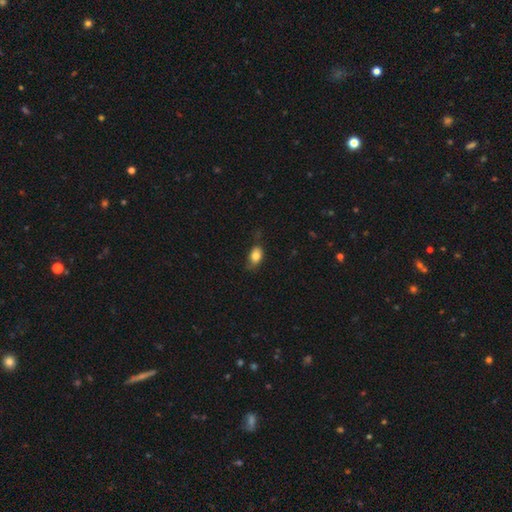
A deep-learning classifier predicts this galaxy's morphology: The model was most divided on "merging": none: 68%, minor disturbance: 25%, major disturbance: 6%, merger: 1%. More confident: how rounded — in between (85%); smooth or featured — smooth (83%).